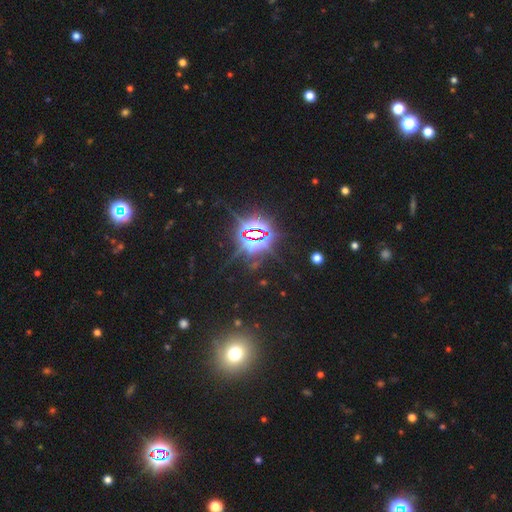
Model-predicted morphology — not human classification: Smooth or featured? star or artifact (79%)